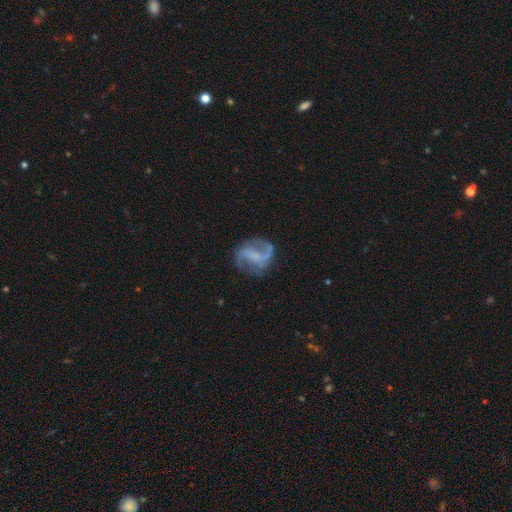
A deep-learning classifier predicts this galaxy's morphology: Q: Smooth or featured?
A: featured or disk (80%); runner-up: smooth (12%)
Q: Edge-on disk?
A: no (98%); runner-up: yes (2%)
Q: Bar?
A: weak (45%); runner-up: no (30%)
Q: Spiral arms?
A: yes (92%); runner-up: no (8%)
Q: Spiral winding?
A: loose (53%); runner-up: medium (37%)
Q: Spiral arm count?
A: 2 (83%); runner-up: can't tell (6%)
Q: Bulge size?
A: none (52%); runner-up: small (28%)
Q: Merging?
A: none (68%); runner-up: minor disturbance (18%)